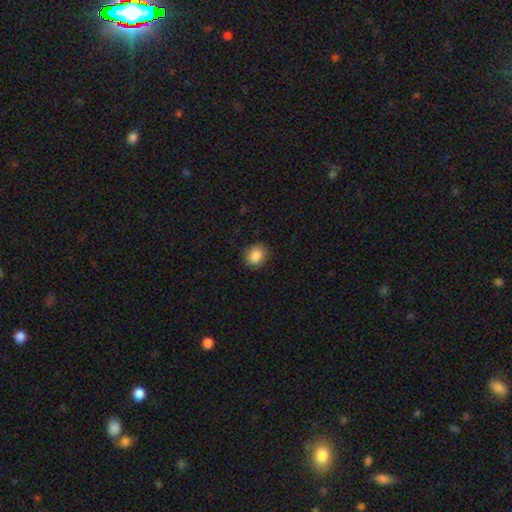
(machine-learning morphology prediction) Smooth or featured?
  - smooth: 87% *
  - star or artifact: 9%
  - featured or disk: 4%
How rounded?
  - round: 63% *
  - in between: 36%
  - cigar-shaped: 1%
Merging?
  - none: 86% *
  - minor disturbance: 10%
  - major disturbance: 2%
  - merger: 1%